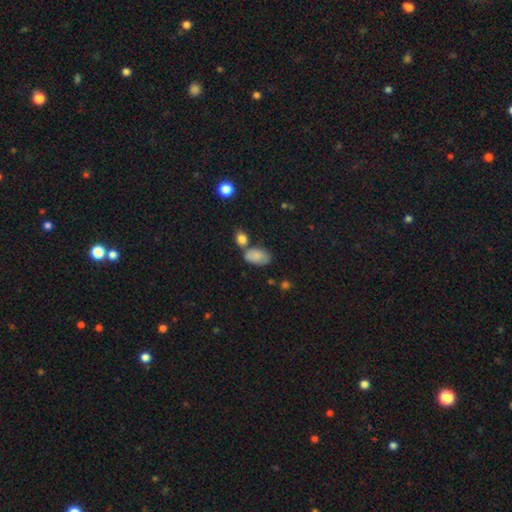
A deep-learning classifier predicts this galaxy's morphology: Smooth or featured?
  - smooth: 83% *
  - featured or disk: 9%
  - star or artifact: 8%
How rounded?
  - in between: 92% *
  - round: 6%
  - cigar-shaped: 2%
Merging?
  - none: 50% *
  - minor disturbance: 22%
  - merger: 22%
  - major disturbance: 7%